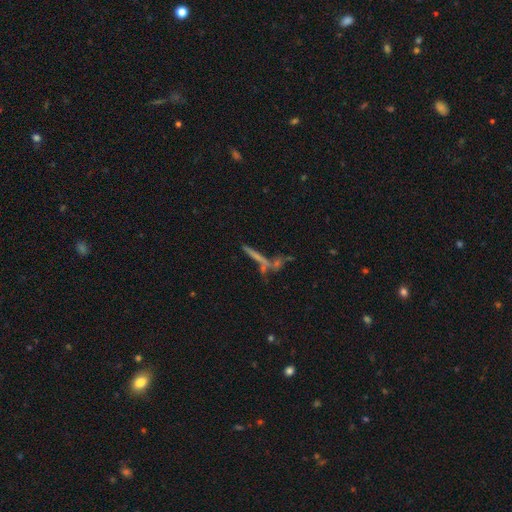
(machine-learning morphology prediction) Smooth or featured? Predicted: featured or disk (p=0.43). Merging? Predicted: none (p=0.58).